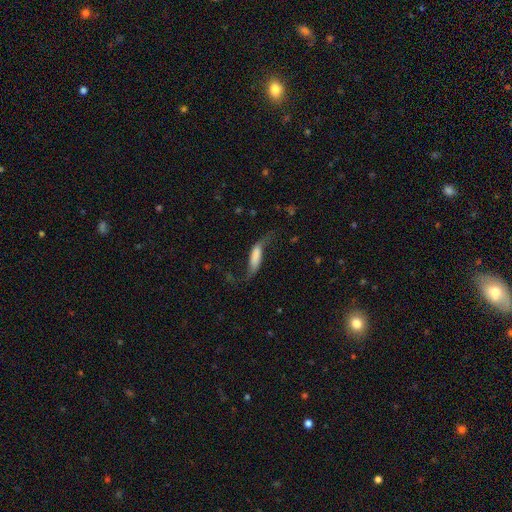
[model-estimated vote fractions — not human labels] Smooth or featured?
  - featured or disk: 62% *
  - smooth: 30%
  - star or artifact: 9%
Edge-on disk?
  - no: 78% *
  - yes: 22%
Merging?
  - none: 56% *
  - major disturbance: 21%
  - minor disturbance: 19%
  - merger: 4%